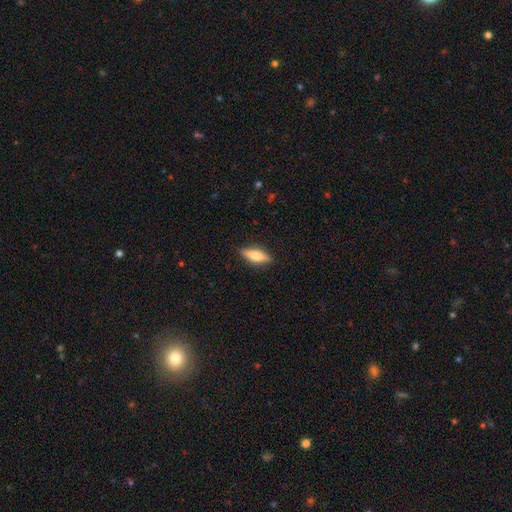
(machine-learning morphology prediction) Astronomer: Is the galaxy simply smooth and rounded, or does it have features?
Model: smooth — 65%.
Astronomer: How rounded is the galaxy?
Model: in between — 54% (runner-up: cigar-shaped, 43%).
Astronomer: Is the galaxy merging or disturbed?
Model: none — 86%.